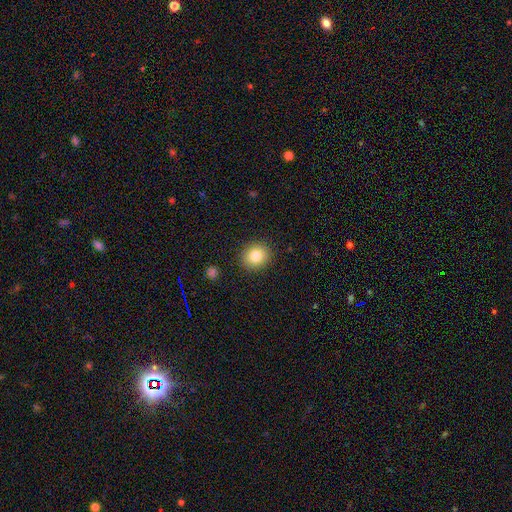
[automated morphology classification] This is clearly a smooth galaxy (82%). How rounded: clearly round (81%). Merging: clearly none (90%).